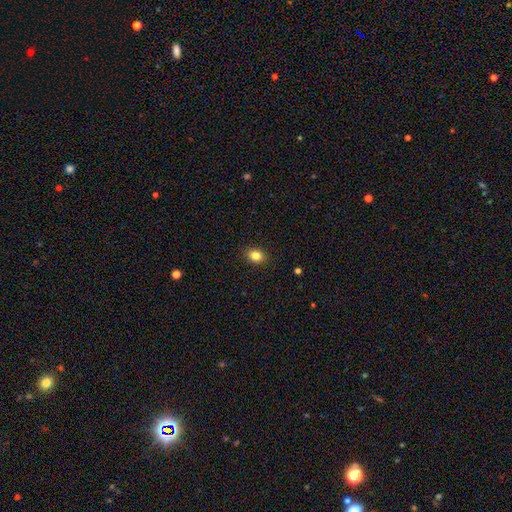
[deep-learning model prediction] smooth-or-featured: smooth: 83% | star or artifact: 10% | featured or disk: 6%
  how-rounded: in between: 58% | round: 41% | cigar-shaped: 1%
  merging: none: 90% | minor disturbance: 8% | major disturbance: 2% | merger: 1%